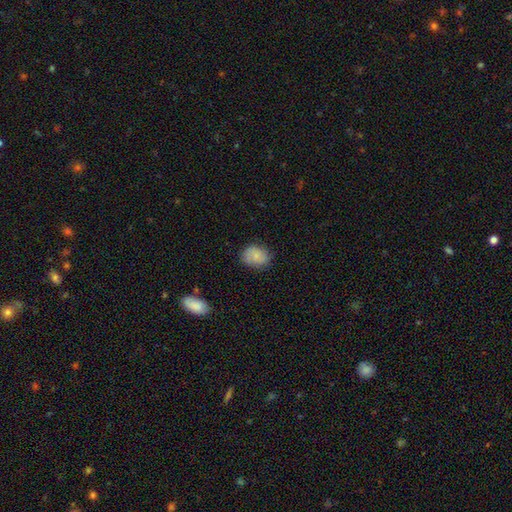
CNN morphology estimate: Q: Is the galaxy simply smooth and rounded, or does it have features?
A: smooth — 74%.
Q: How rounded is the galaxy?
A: in between — 55%.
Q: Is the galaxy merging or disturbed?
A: none — 75%.